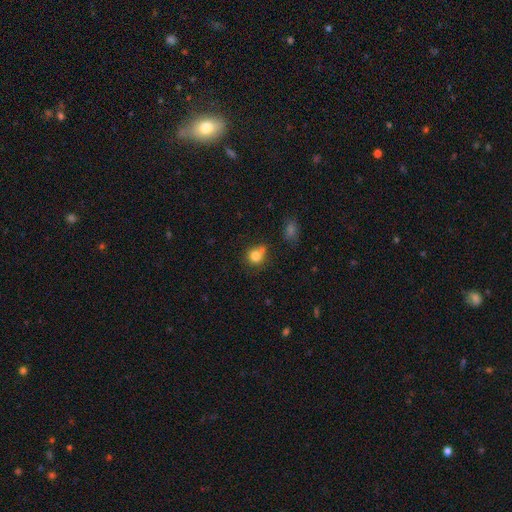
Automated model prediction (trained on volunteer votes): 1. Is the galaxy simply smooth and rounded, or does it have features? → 80% smooth, 11% star or artifact, 9% featured or disk.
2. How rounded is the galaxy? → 79% round, 20% in between, 1% cigar-shaped.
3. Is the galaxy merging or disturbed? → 53% none, 23% merger, 18% minor disturbance, 6% major disturbance.